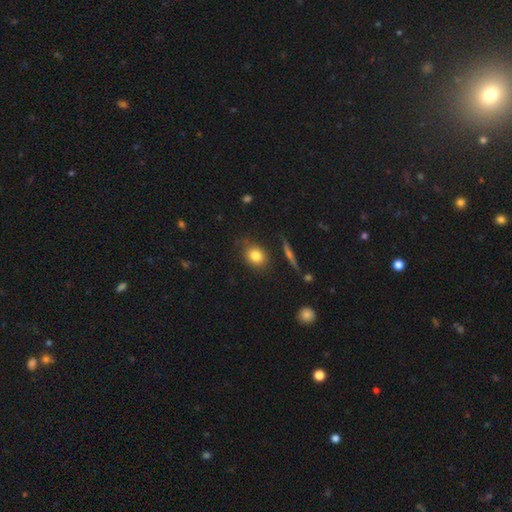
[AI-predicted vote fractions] Morphology: type=smooth (81%); roundness=round (59%); merging=none (81%).